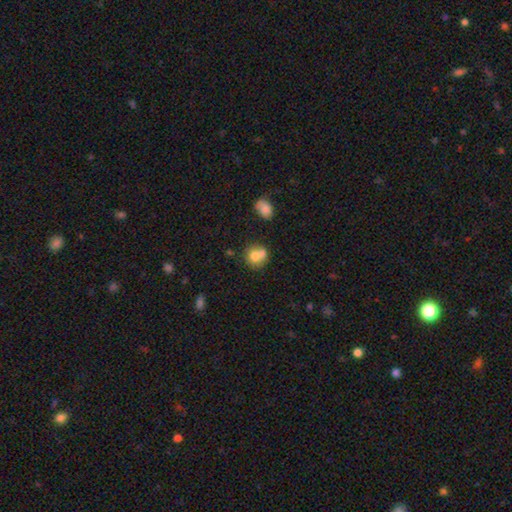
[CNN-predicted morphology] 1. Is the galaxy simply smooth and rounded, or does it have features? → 73% smooth, 17% featured or disk, 10% star or artifact.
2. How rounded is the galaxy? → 80% round, 19% in between, 1% cigar-shaped.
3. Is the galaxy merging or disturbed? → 44% merger, 41% none, 11% minor disturbance, 4% major disturbance.